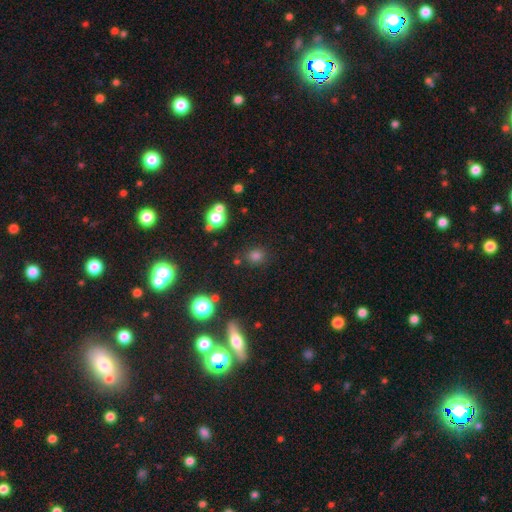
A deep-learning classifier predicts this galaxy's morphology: smooth-or-featured: smooth: 74% | star or artifact: 20% | featured or disk: 6%
  how-rounded: round: 82% | in between: 17% | cigar-shaped: 1%
  merging: none: 81% | minor disturbance: 9% | merger: 6% | major disturbance: 4%